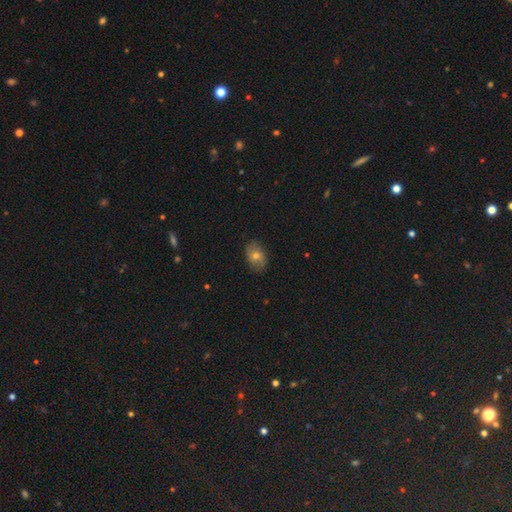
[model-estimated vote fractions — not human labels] Smooth or featured? smooth (55%)
How rounded? in between (77%)
Merging? none (82%)